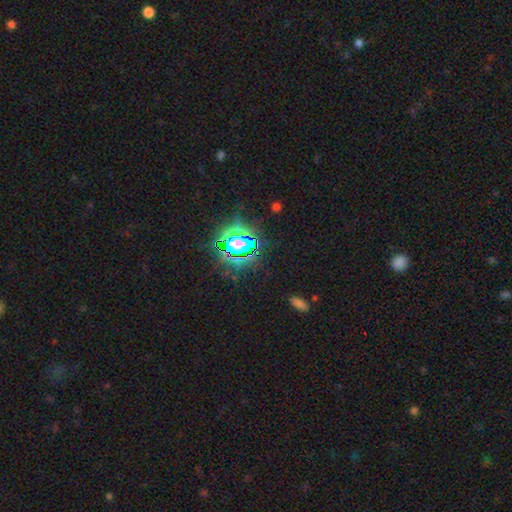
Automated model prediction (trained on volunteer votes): Smooth or featured: star or artifact — 79% (smooth — 14%)